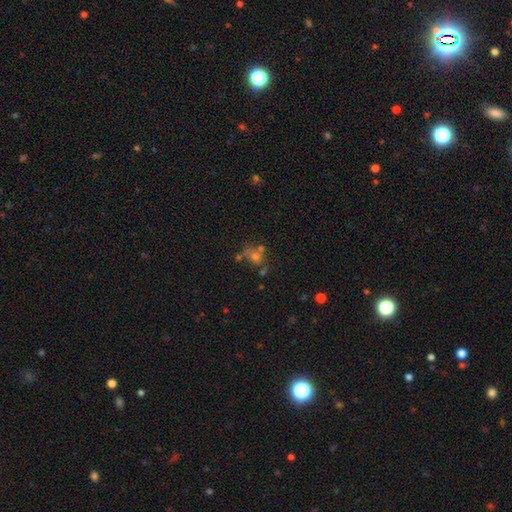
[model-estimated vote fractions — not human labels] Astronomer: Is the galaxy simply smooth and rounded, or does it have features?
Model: smooth — 51% (runner-up: star or artifact, 30%).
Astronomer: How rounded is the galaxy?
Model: round — 68%.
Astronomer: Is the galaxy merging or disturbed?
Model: none — 47% (runner-up: merger, 31%).